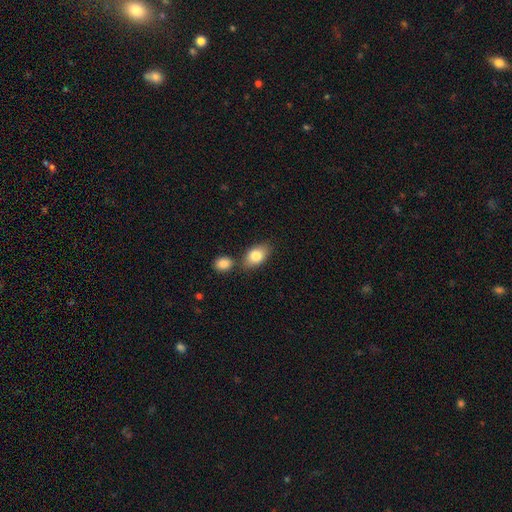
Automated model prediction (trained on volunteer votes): Overall: smooth (82%). How rounded: in between (88%). Merging: none (64%).